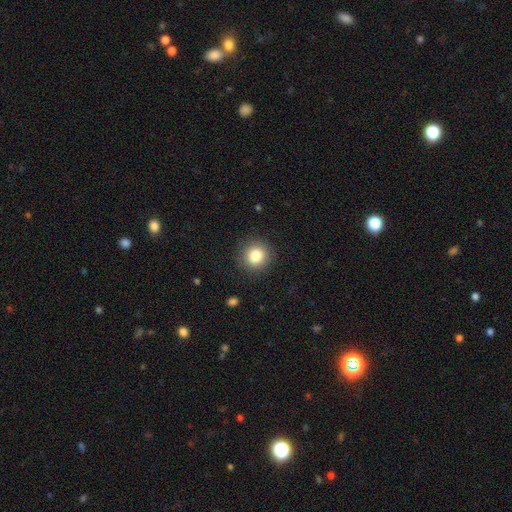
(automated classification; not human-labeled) smooth 84%, star or artifact 10%, featured or disk 7%. Down the decision tree: how rounded — round (90%); merging — none (89%).